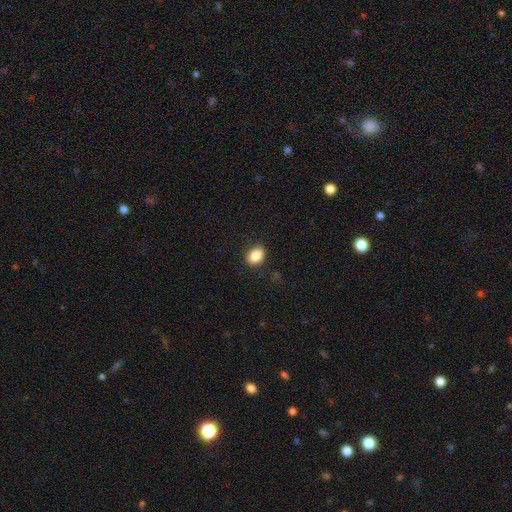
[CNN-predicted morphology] This appears to be a smooth galaxy with no disk features (87%) that is in between round and cigar-shaped (66%). Merging: none (85%).